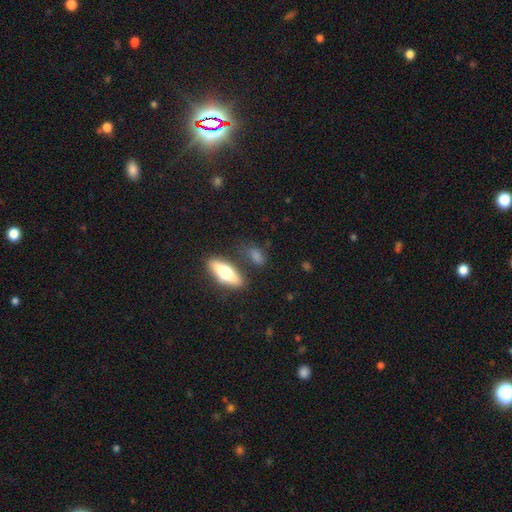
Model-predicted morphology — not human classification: Q: Smooth or featured?
A: smooth (62%); runner-up: featured or disk (27%)
Q: How rounded?
A: in between (54%); runner-up: cigar-shaped (36%)
Q: Merging?
A: none (71%); runner-up: minor disturbance (15%)